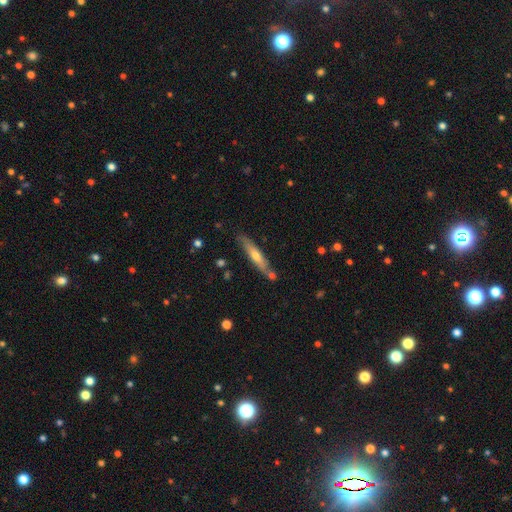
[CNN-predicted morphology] Smooth or featured? featured or disk (49%)
Merging? none (80%)